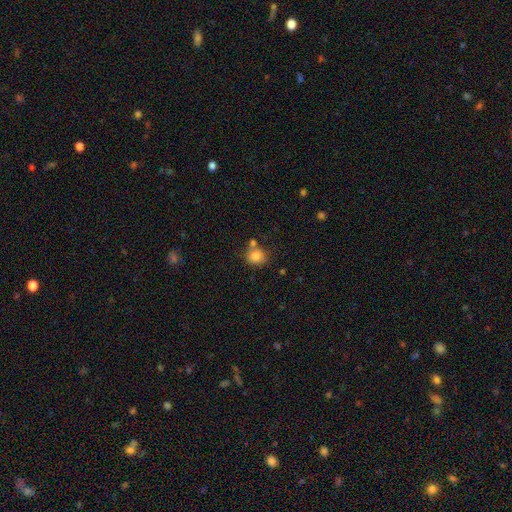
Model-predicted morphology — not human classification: A smooth galaxy with no disk features (82%) that is round (70%). Merging: none (62%).